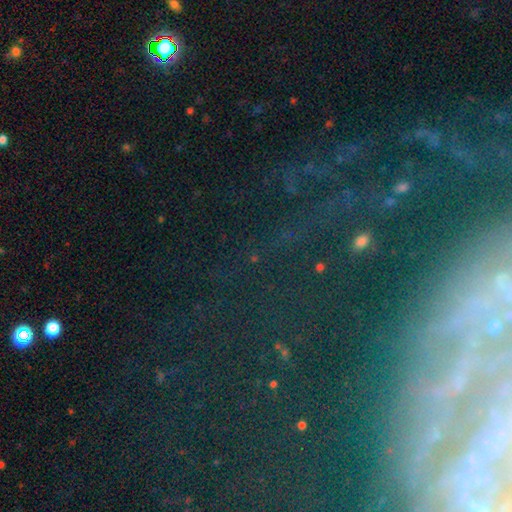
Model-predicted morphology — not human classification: smooth_or_featured: star or artifact (p=0.45) [alt: featured or disk p=0.39]